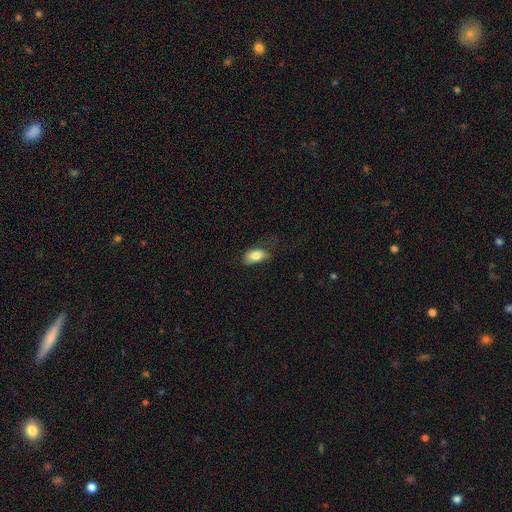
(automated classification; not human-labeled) Smooth or featured?
  - smooth: 81% *
  - featured or disk: 11%
  - star or artifact: 8%
How rounded?
  - in between: 91% *
  - round: 5%
  - cigar-shaped: 4%
Merging?
  - none: 53% *
  - minor disturbance: 31%
  - major disturbance: 14%
  - merger: 2%